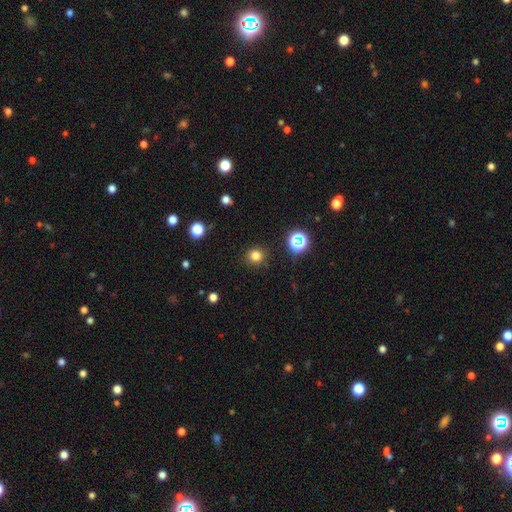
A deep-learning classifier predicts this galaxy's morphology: A smooth galaxy with no disk features (79%) that is round (89%).

Vote fractions:
- Smooth or featured? smooth: 79% / star or artifact: 16% / featured or disk: 5%
- How rounded? round: 89% / in between: 10% / cigar-shaped: 1%
- Merging? none: 89% / minor disturbance: 7% / major disturbance: 2% / merger: 1%